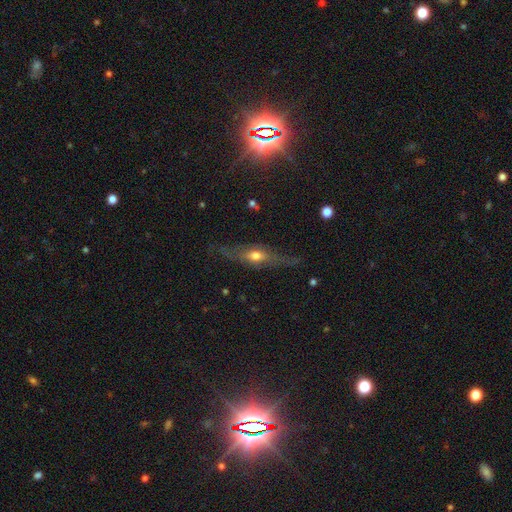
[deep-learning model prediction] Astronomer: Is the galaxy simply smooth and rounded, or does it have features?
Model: featured or disk — 62%.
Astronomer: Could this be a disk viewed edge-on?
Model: yes — 76%.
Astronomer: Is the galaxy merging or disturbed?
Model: none — 69%.